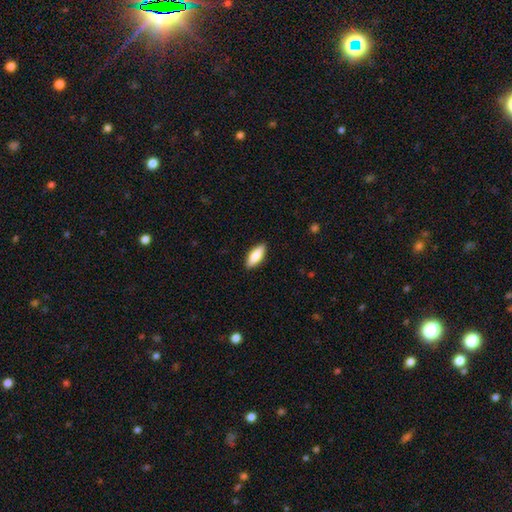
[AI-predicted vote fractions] smooth-or-featured: smooth: 80% | featured or disk: 15% | star or artifact: 6%
  how-rounded: in between: 66% | cigar-shaped: 32% | round: 2%
  merging: none: 89% | minor disturbance: 8% | major disturbance: 2% | merger: 1%